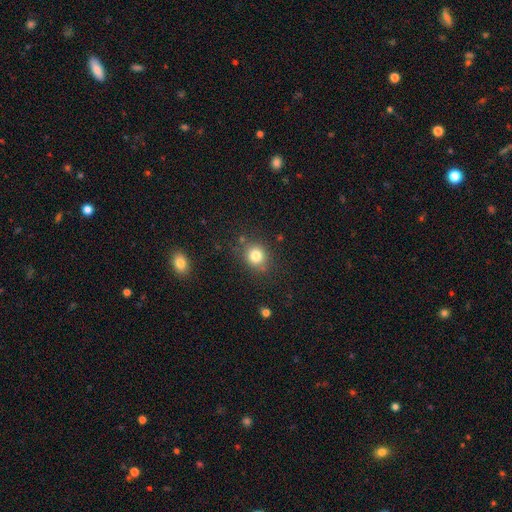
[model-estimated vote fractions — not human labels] Smooth or featured: smooth — 82% (star or artifact — 12%)
How rounded: round — 80% (in between — 19%)
Merging: none — 80% (minor disturbance — 12%)